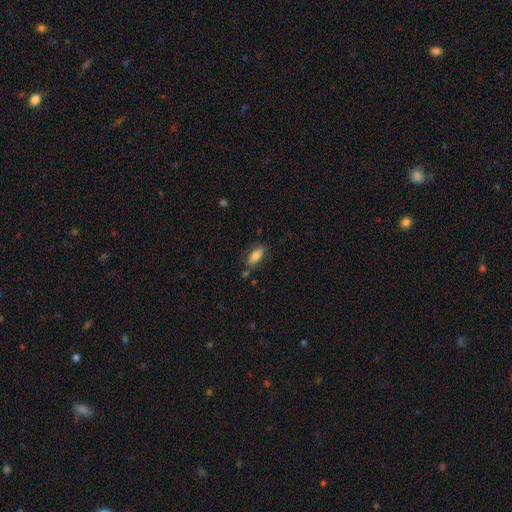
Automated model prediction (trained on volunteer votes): Overall: smooth (80%). How rounded: in between (85%). Merging: none (72%).